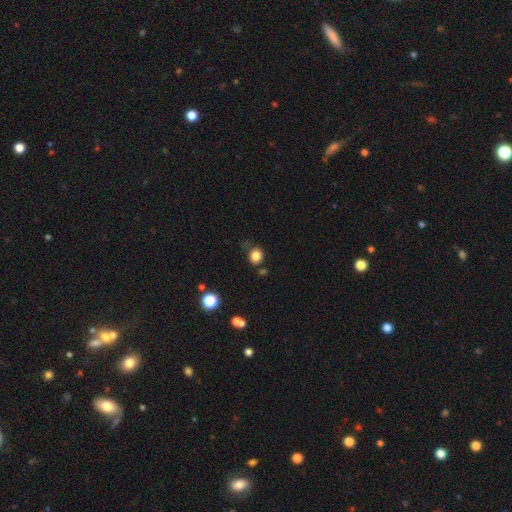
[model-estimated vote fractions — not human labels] The model was most divided on "how rounded": round: 74%, in between: 25%, cigar-shaped: 1%. More confident: smooth or featured — smooth (84%); merging — none (74%).